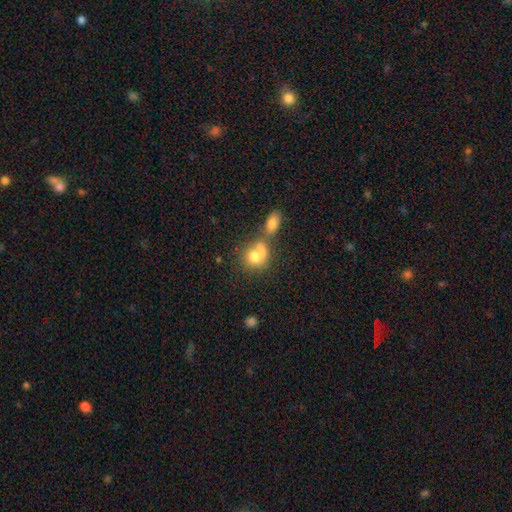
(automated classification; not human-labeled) Morphology: type=smooth (74%); roundness=round (70%); merging=merger (52%).